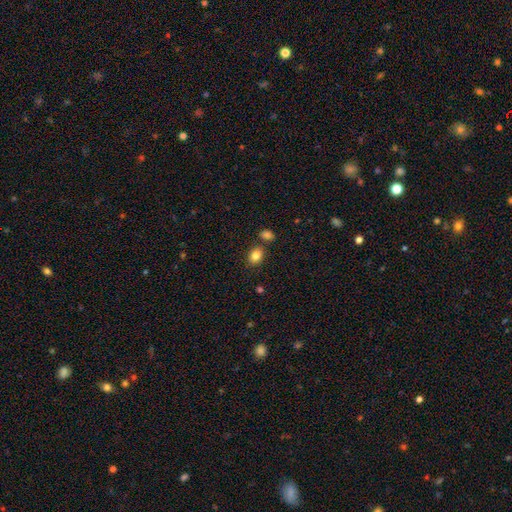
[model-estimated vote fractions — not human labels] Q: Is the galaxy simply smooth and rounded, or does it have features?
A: smooth — 85%.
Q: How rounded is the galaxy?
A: in between — 66%.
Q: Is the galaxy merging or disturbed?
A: none — 76%.